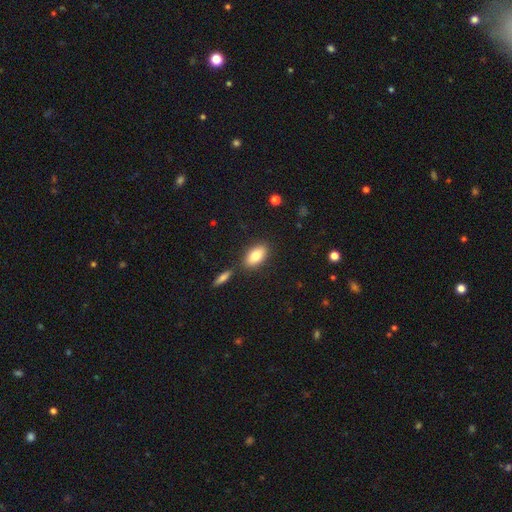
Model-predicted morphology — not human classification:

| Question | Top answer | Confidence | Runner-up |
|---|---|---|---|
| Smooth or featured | smooth | 80% | featured or disk (13%) |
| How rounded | in between | 90% | cigar-shaped (6%) |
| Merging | none | 80% | minor disturbance (10%) |